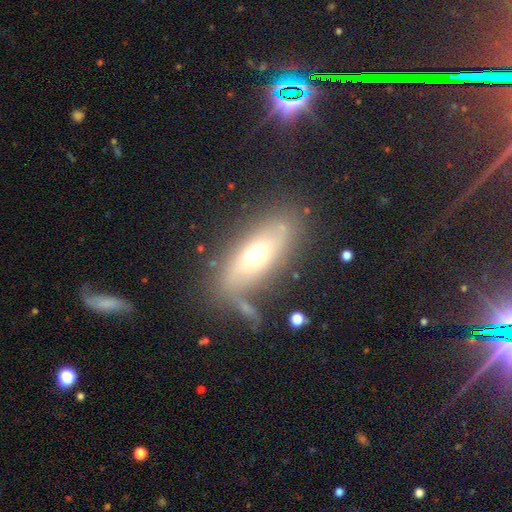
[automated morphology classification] smooth-or-featured: smooth: 48% | featured or disk: 43% | star or artifact: 9%
  merging: none: 71% | minor disturbance: 16% | major disturbance: 7% | merger: 6%